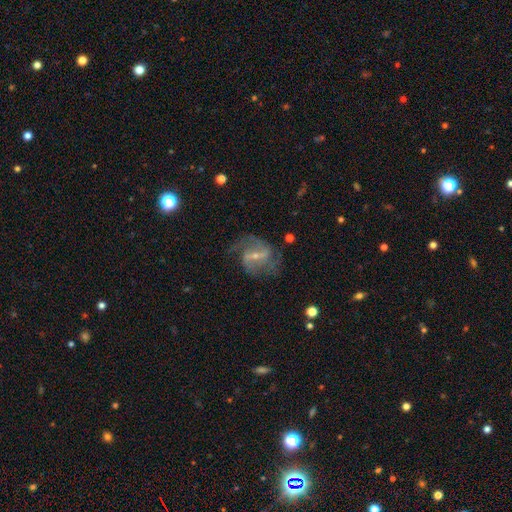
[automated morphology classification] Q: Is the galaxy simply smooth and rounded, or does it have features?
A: featured or disk — 84%.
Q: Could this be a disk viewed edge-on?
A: no — 97%.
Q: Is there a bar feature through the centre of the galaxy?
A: weak — 47%.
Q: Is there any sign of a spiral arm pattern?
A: yes — 95%.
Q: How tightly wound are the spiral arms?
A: medium — 49%.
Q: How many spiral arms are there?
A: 2 — 71%.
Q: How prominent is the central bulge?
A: small — 67%.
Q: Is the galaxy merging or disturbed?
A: none — 67%.